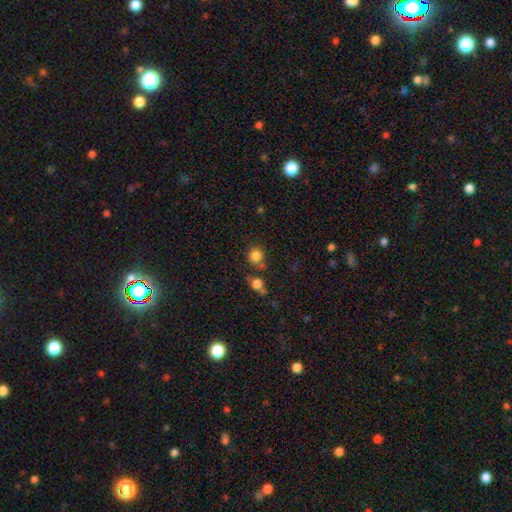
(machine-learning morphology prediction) Smooth or featured? Predicted: smooth (p=0.82). How rounded? Predicted: round (p=0.87). Merging? Predicted: none (p=0.72).